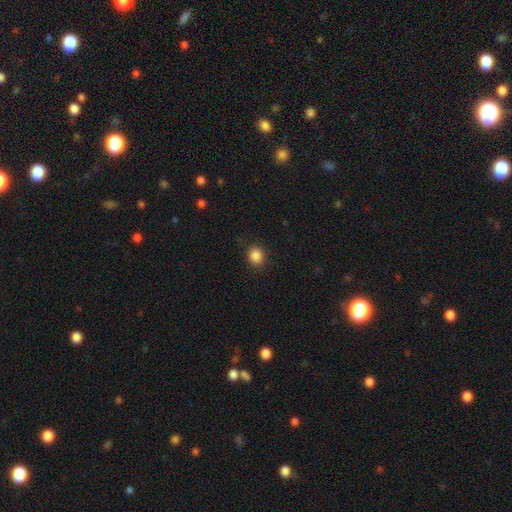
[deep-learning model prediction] This appears to be a smooth galaxy with no disk features (87%) that is round (75%). Merging: none (88%).